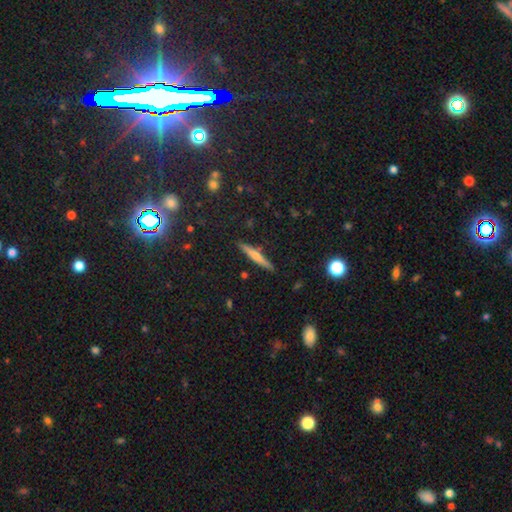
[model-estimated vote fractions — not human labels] smooth_or_featured: smooth (p=0.53) [alt: featured or disk p=0.38]
how_rounded: cigar-shaped (p=0.92) [alt: in between p=0.06]
merging: none (p=0.87) [alt: minor disturbance p=0.09]